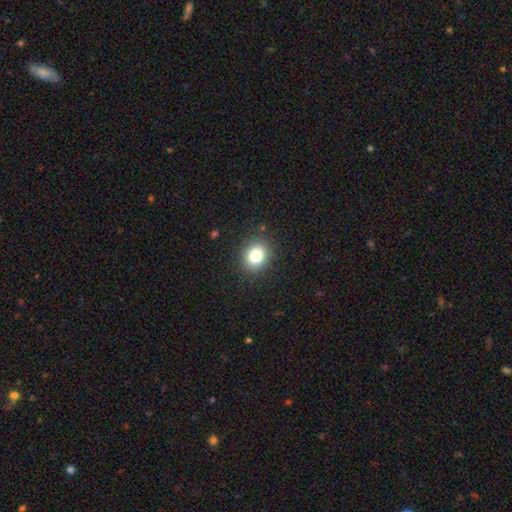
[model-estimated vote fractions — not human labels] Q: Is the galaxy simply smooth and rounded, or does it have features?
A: smooth — 82%.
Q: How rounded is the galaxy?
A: round — 61%.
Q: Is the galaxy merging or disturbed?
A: none — 88%.